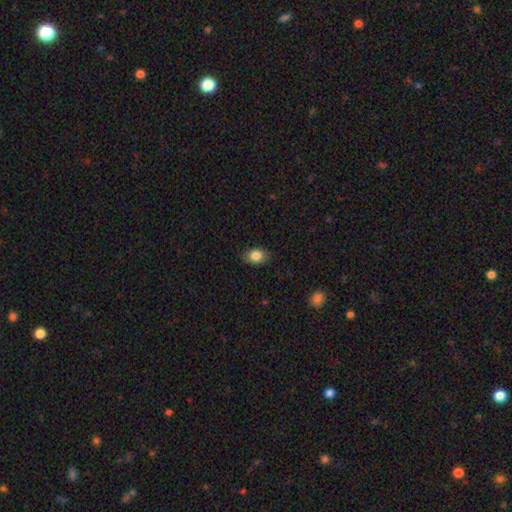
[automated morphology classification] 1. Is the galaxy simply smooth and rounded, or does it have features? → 85% smooth, 9% star or artifact, 6% featured or disk.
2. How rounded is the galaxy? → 72% in between, 27% round, 1% cigar-shaped.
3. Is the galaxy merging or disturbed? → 86% none, 11% minor disturbance, 2% major disturbance, 1% merger.